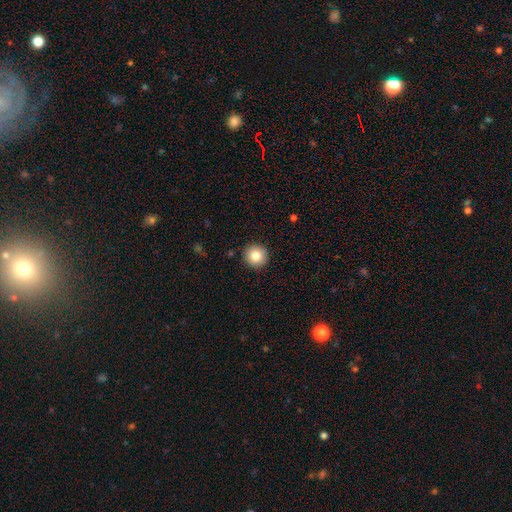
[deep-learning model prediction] Morphology: type=smooth (84%); roundness=round (96%); merging=none (92%).